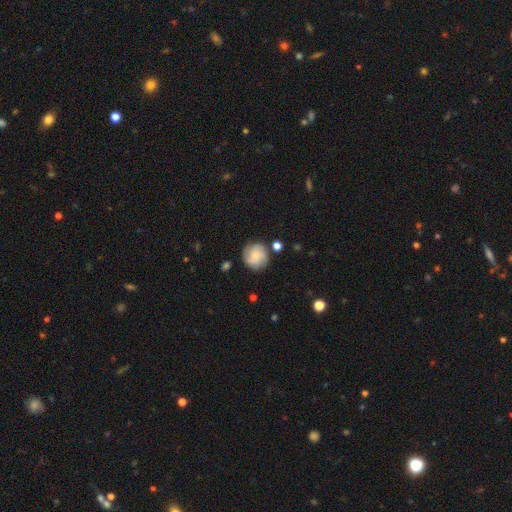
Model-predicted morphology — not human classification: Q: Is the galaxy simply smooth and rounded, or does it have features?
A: smooth — 57%.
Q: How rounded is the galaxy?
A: round — 93%.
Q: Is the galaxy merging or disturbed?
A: none — 80%.